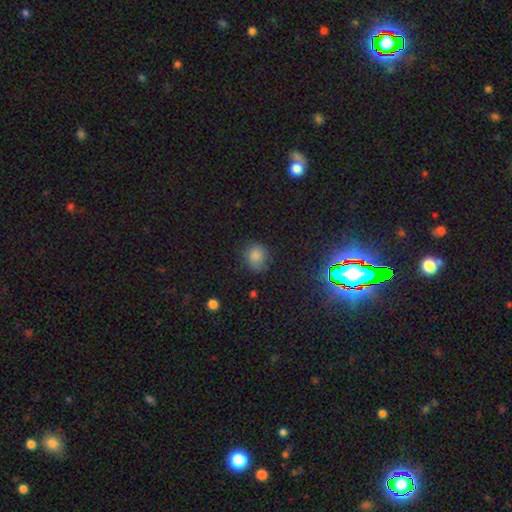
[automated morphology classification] smooth_or_featured: smooth (p=0.80) [alt: star or artifact p=0.13]
how_rounded: round (p=0.77) [alt: in between p=0.22]
merging: none (p=0.72) [alt: minor disturbance p=0.21]